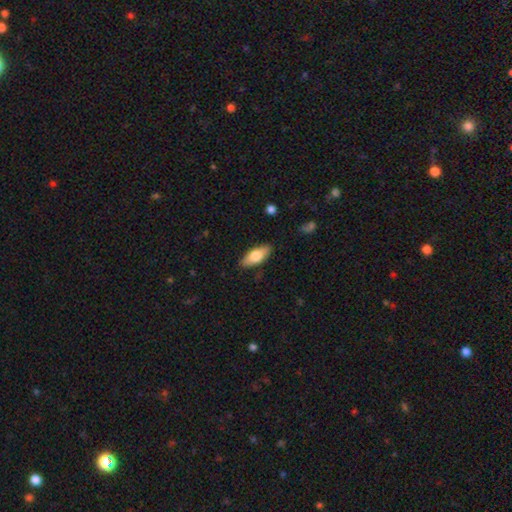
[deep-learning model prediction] Smooth or featured?
  - smooth: 71% *
  - featured or disk: 23%
  - star or artifact: 6%
How rounded?
  - in between: 80% *
  - cigar-shaped: 18%
  - round: 2%
Merging?
  - none: 85% *
  - minor disturbance: 12%
  - major disturbance: 2%
  - merger: 1%